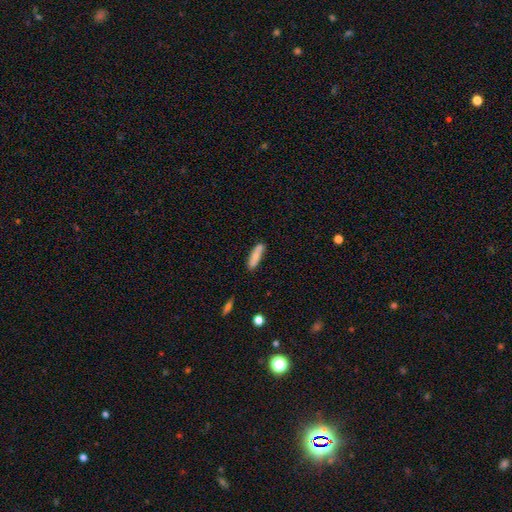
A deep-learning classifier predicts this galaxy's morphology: Smooth or featured?
  - smooth: 77% *
  - featured or disk: 17%
  - star or artifact: 6%
How rounded?
  - cigar-shaped: 67% *
  - in between: 31%
  - round: 2%
Merging?
  - none: 80% *
  - minor disturbance: 14%
  - merger: 4%
  - major disturbance: 3%